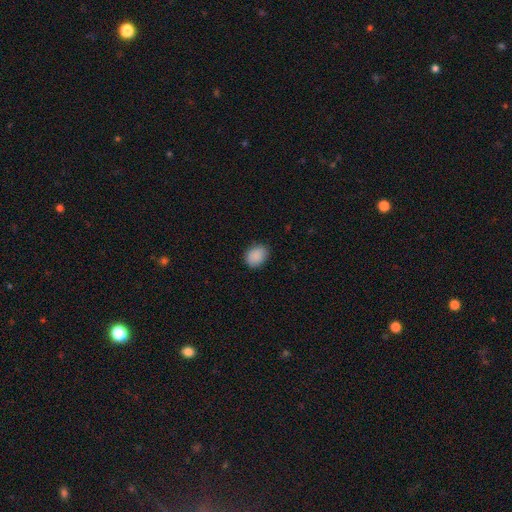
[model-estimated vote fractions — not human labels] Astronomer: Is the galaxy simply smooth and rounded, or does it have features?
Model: smooth — 89%.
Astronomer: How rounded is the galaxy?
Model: in between — 60% (runner-up: round, 39%).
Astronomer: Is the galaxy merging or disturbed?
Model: none — 81%.